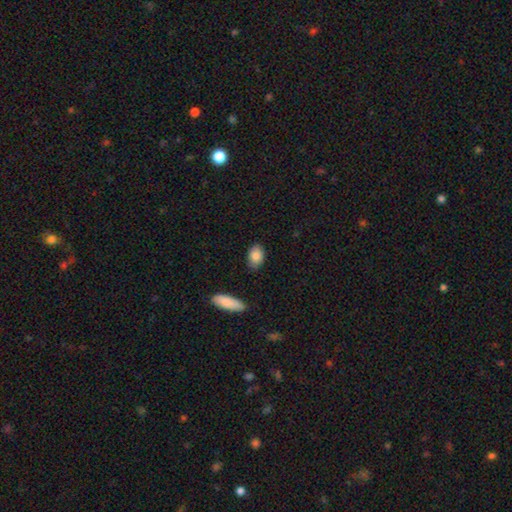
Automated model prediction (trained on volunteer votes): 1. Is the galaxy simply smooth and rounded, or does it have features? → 86% smooth, 7% star or artifact, 7% featured or disk.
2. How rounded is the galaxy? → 85% in between, 14% round, 2% cigar-shaped.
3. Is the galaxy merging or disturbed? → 82% none, 13% minor disturbance, 3% major disturbance, 2% merger.